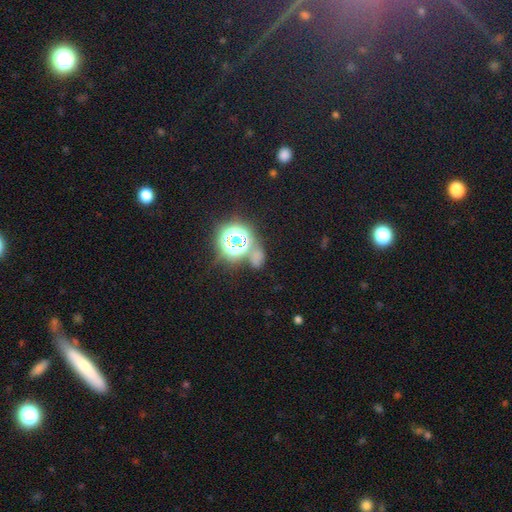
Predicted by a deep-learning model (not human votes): smooth_or_featured: star or artifact (p=0.58) [alt: smooth p=0.32]